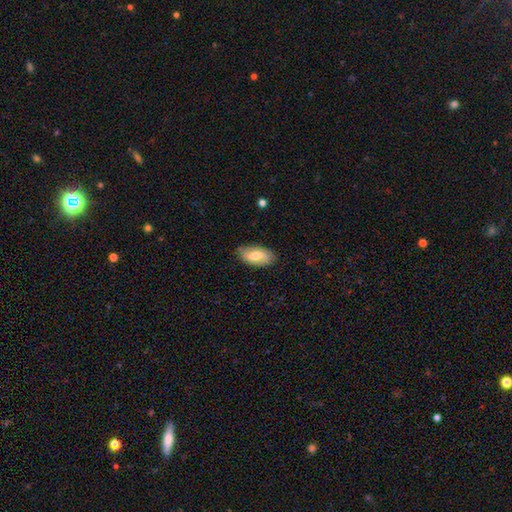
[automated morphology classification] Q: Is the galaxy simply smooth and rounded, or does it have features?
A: smooth — 62%.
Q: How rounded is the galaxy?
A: in between — 93%.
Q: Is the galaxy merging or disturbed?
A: none — 80%.